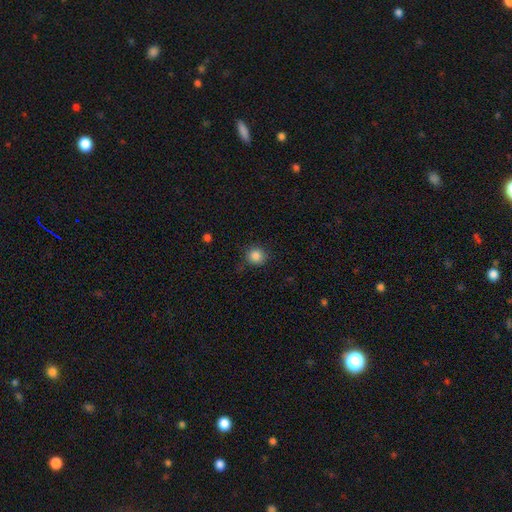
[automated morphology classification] Smooth or featured? Predicted: smooth (p=0.85). How rounded? Predicted: round (p=0.89). Merging? Predicted: none (p=0.83).